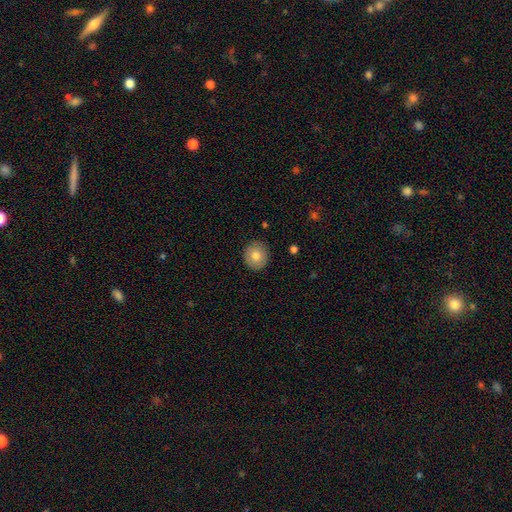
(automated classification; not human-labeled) The model was most divided on "smooth or featured": smooth: 75%, featured or disk: 17%, star or artifact: 8%. More confident: merging — none (89%); how rounded — round (87%).